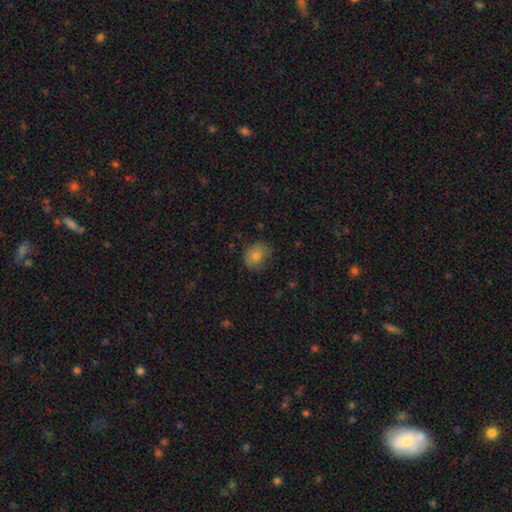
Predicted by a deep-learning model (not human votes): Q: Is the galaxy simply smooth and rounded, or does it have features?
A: smooth — 77%.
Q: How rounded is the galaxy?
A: round — 62%.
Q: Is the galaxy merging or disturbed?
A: none — 71%.